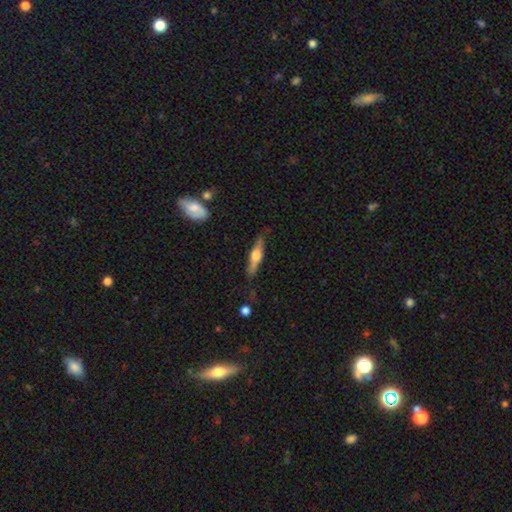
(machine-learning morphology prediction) The model was most divided on "smooth or featured": featured or disk: 57%, smooth: 37%, star or artifact: 5%. More confident: edge-on disk — yes (93%); edge-on bulge — rounded (90%); merging — none (80%).